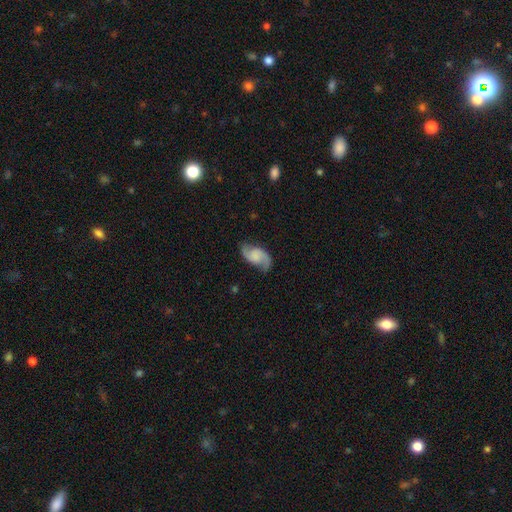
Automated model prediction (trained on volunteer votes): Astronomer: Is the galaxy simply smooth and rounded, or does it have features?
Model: featured or disk — 81%.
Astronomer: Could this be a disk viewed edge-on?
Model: no — 97%.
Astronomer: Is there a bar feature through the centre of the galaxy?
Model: no — 57% (runner-up: weak, 35%).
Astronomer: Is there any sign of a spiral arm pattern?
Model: yes — 97%.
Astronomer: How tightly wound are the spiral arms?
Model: loose — 45% (runner-up: medium, 42%).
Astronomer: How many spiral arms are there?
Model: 2 — 93%.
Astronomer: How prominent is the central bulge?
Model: none — 53%.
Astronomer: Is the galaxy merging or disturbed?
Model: none — 77%.